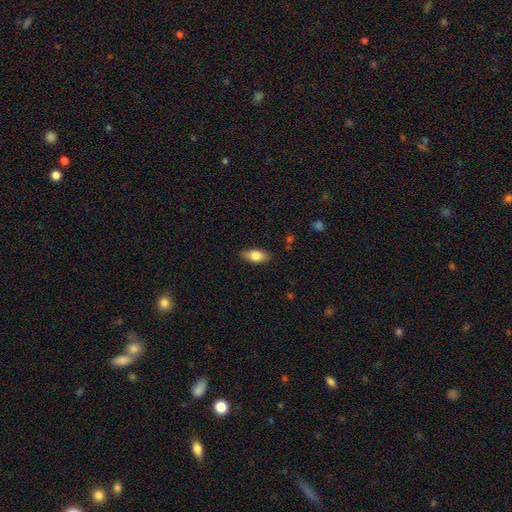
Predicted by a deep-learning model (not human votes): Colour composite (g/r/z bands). It shows a smooth galaxy with no disk features (79%) that is in between round and cigar-shaped (87%). Merging: none (86%).